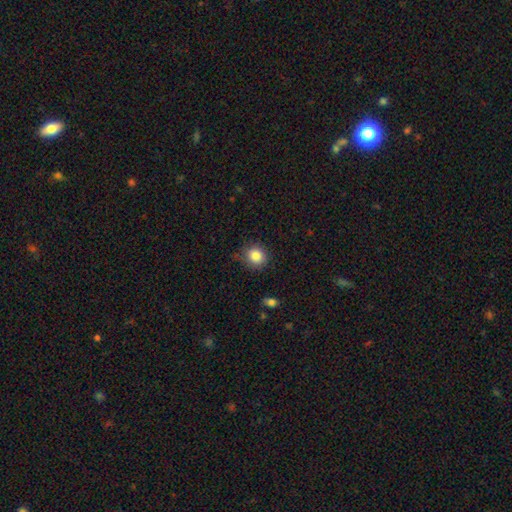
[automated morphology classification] The model was most divided on "merging": none: 80%, minor disturbance: 15%, major disturbance: 3%, merger: 1%. More confident: how rounded — round (86%); smooth or featured — smooth (84%).